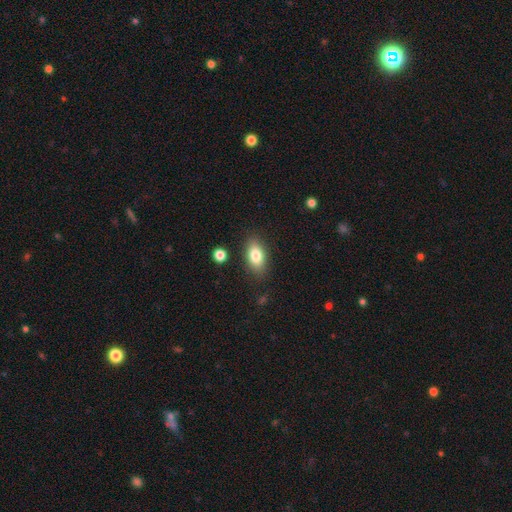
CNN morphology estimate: Smooth or featured?
  - smooth: 80% *
  - featured or disk: 12%
  - star or artifact: 8%
How rounded?
  - in between: 87% *
  - round: 7%
  - cigar-shaped: 6%
Merging?
  - none: 84% *
  - minor disturbance: 11%
  - major disturbance: 3%
  - merger: 2%